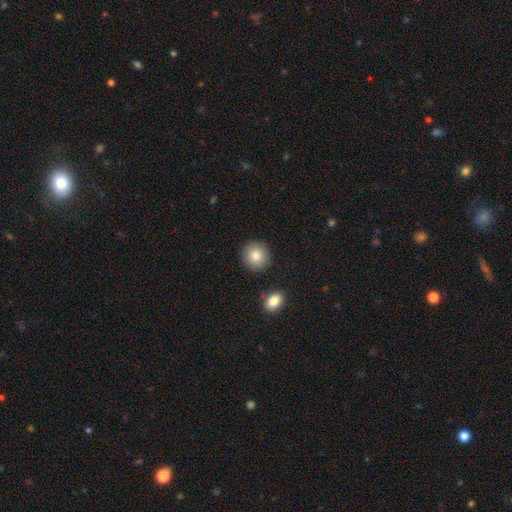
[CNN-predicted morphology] A smooth galaxy with no disk features (84%) that is round (90%).

Vote fractions:
- Smooth or featured? smooth: 84% / star or artifact: 8% / featured or disk: 8%
- How rounded? round: 90% / in between: 9% / cigar-shaped: 1%
- Merging? none: 88% / minor disturbance: 7% / merger: 3% / major disturbance: 2%